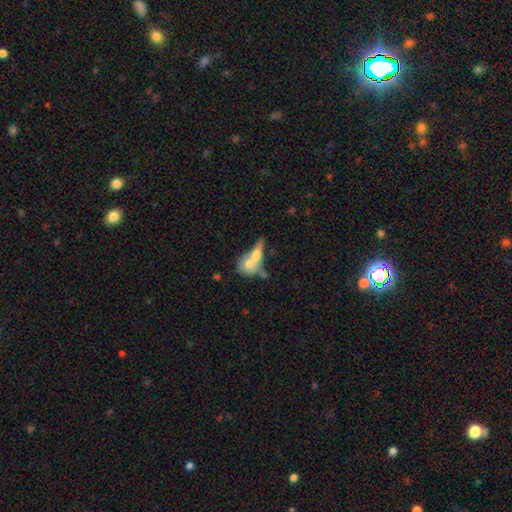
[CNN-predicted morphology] This is possibly a smooth galaxy (60%). How rounded: possibly in between (52%). Merging: likely merger (69%).